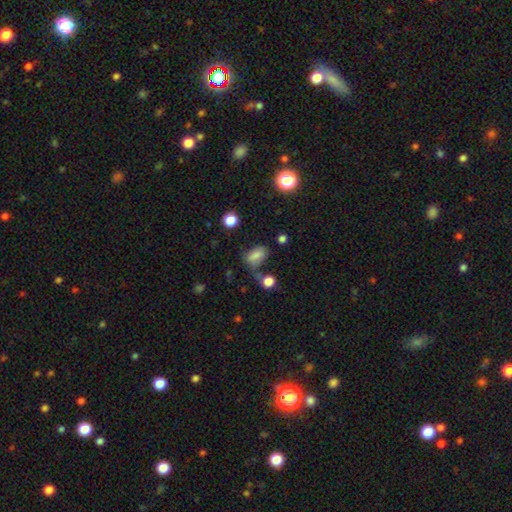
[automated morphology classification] A smooth galaxy with no disk features (75%) that is in between round and cigar-shaped (85%). Merging: none (40%).